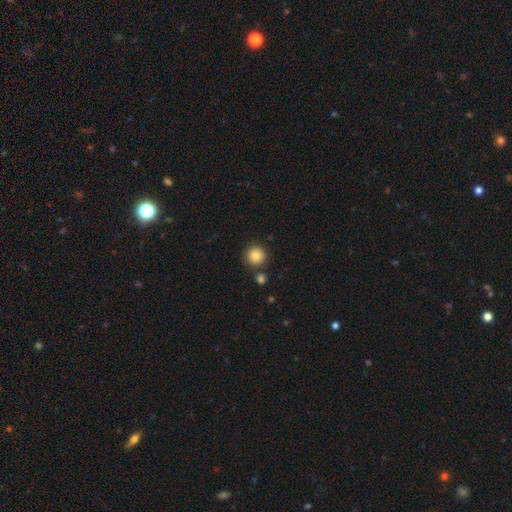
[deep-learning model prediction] smooth_or_featured: smooth (p=0.84) [alt: star or artifact p=0.10]
how_rounded: round (p=0.95) [alt: in between p=0.04]
merging: none (p=0.83) [alt: merger p=0.08]